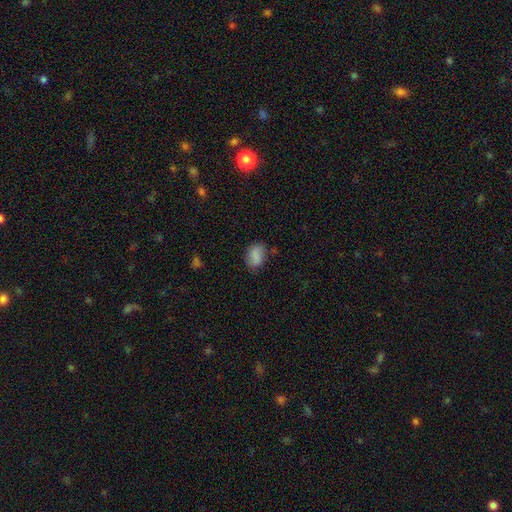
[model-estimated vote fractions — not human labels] This is clearly a smooth galaxy (82%). How rounded: likely in between (75%). Merging: likely none (70%).